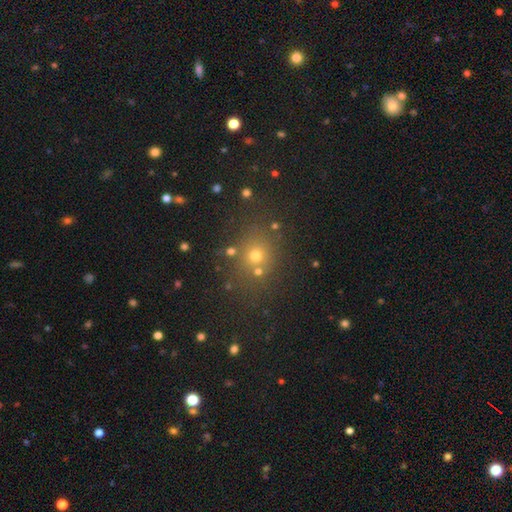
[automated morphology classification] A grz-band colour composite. It shows a smooth galaxy with no disk features (64%) that is round (76%). Merging: none (77%).